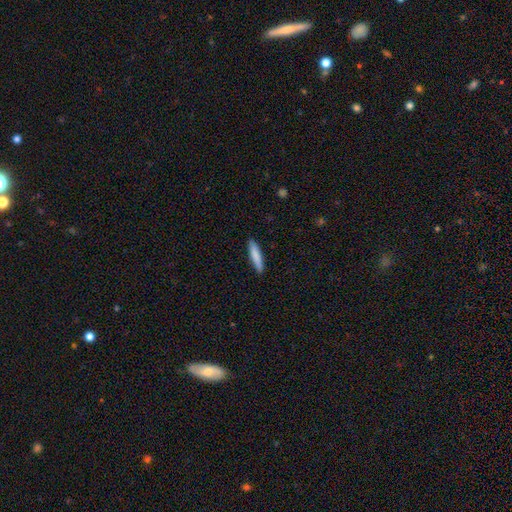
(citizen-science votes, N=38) This is clearly a smooth galaxy (87%). How rounded: clearly cigar-shaped (88%). Merging: clearly none (89%).